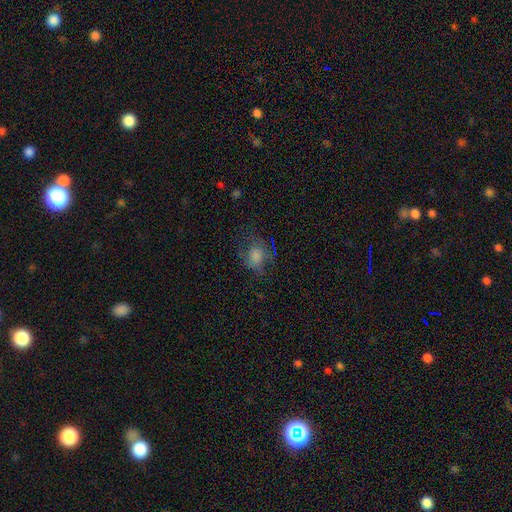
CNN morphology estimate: This is possibly a smooth galaxy (56%). How rounded: possibly in between (55%). Merging: possibly none (54%).